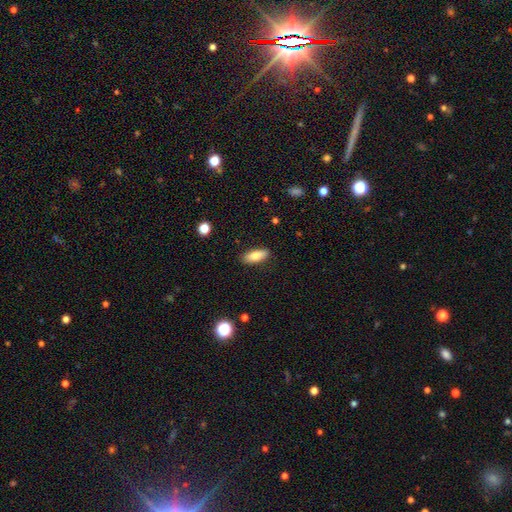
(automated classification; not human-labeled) Q: Smooth or featured?
A: smooth (82%); runner-up: featured or disk (11%)
Q: How rounded?
A: in between (74%); runner-up: cigar-shaped (24%)
Q: Merging?
A: none (88%); runner-up: minor disturbance (9%)